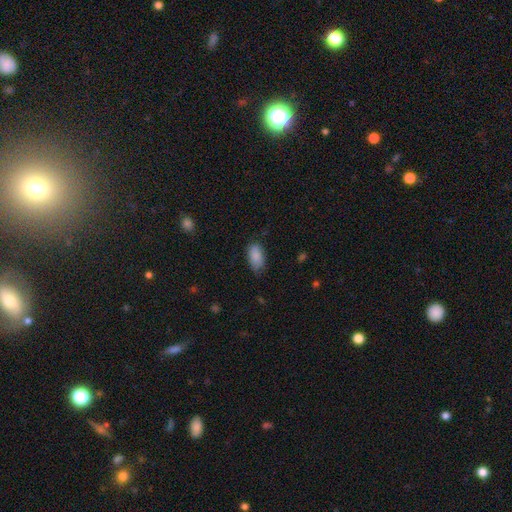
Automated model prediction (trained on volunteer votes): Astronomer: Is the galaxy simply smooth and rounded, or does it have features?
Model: smooth — 88%.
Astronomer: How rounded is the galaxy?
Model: in between — 93%.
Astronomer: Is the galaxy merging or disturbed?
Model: none — 68%.